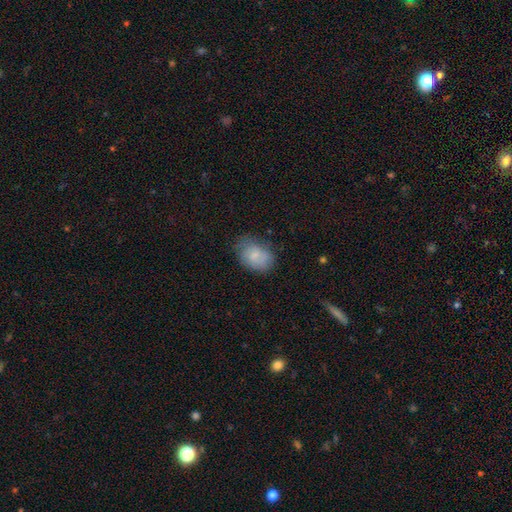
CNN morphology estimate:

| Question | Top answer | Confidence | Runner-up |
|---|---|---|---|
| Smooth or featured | smooth | 74% | featured or disk (18%) |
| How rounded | in between | 78% | round (20%) |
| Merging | none | 62% | minor disturbance (28%) |